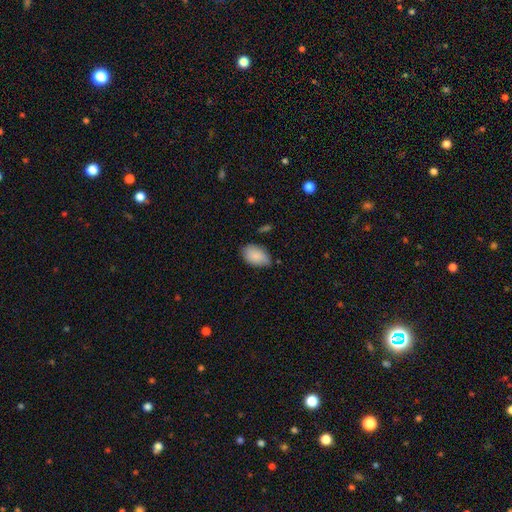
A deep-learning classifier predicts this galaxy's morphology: A smooth galaxy with no disk features (88%) that is in between round and cigar-shaped (92%). Merging: none (71%).